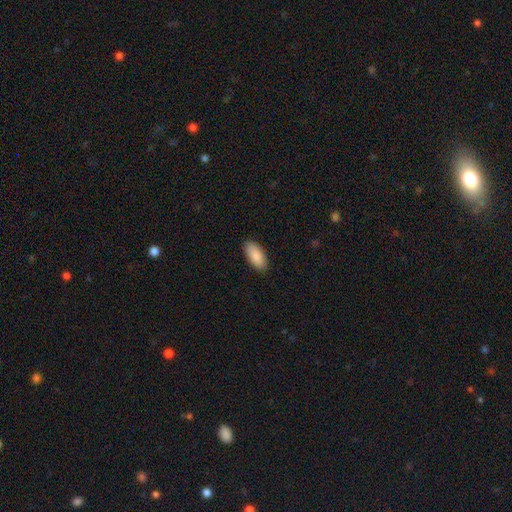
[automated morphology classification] Q: Smooth or featured?
A: smooth (89%); runner-up: star or artifact (6%)
Q: How rounded?
A: in between (92%); runner-up: cigar-shaped (7%)
Q: Merging?
A: none (88%); runner-up: minor disturbance (9%)